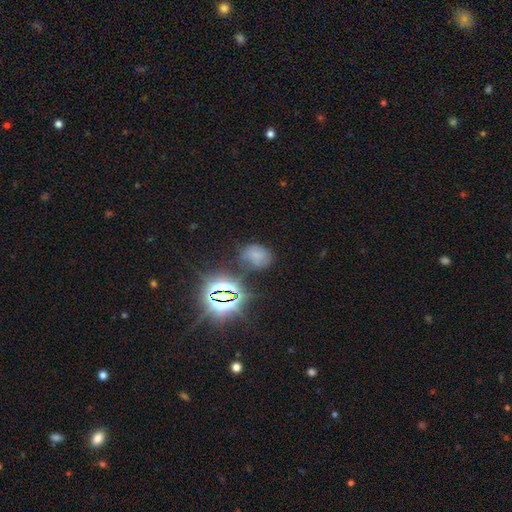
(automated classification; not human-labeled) Morphology: type=smooth (50%); merging=none (56%).